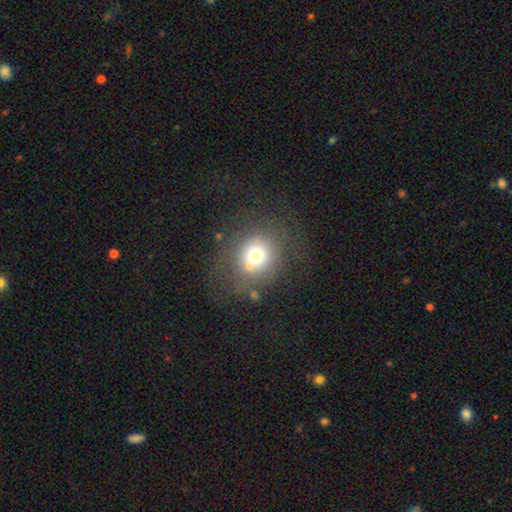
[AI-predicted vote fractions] This appears to be a smooth galaxy with no disk features (66%) that is round (84%). Merging: none (70%).